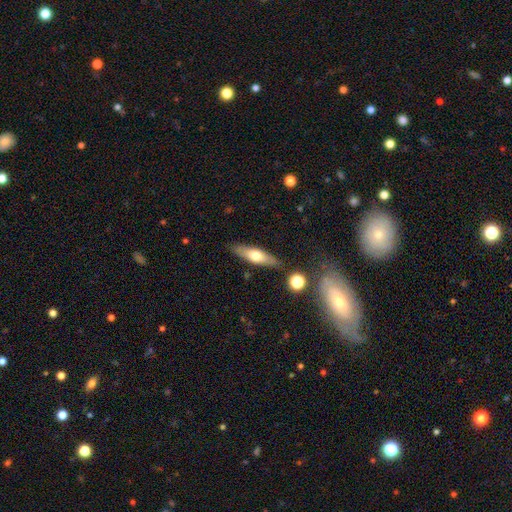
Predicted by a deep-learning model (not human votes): Smooth or featured? smooth (51%)
How rounded? cigar-shaped (61%)
Merging? none (85%)